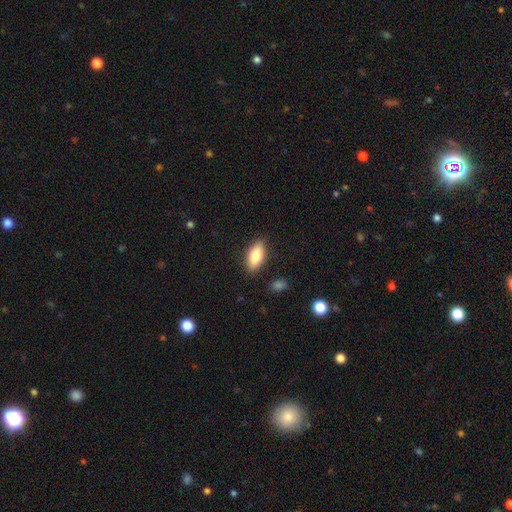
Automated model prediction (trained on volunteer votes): Smooth or featured: smooth — 81% (featured or disk — 13%)
How rounded: in between — 85% (cigar-shaped — 12%)
Merging: none — 86% (minor disturbance — 10%)